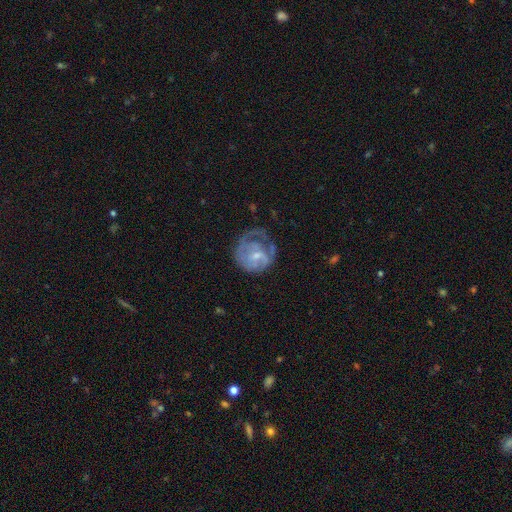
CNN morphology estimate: featured or disk 65%, smooth 27%, star or artifact 7%. Down the decision tree: edge-on disk — no (98%); bar — no (53%); spiral arms — yes (67%); bulge size — small (53%); merging — none (39%).